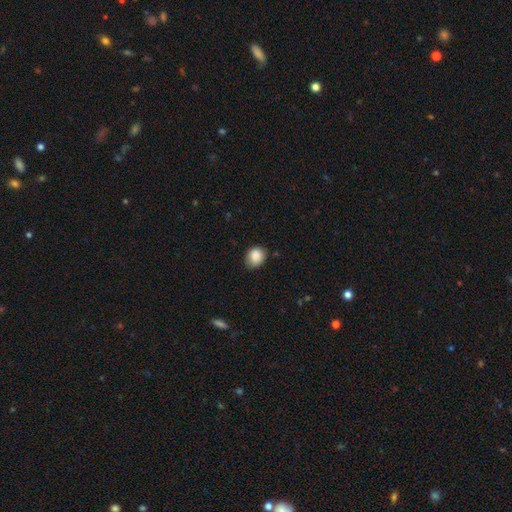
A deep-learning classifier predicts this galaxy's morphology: Overall: smooth (87%). How rounded: round (63%; in between 36%). Merging: none (69%).